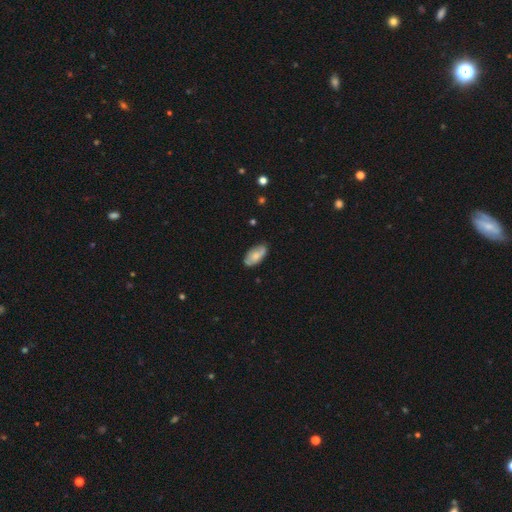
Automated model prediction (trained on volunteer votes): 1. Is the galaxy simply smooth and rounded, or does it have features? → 65% smooth, 28% featured or disk, 7% star or artifact.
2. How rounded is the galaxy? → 93% in between, 5% cigar-shaped, 3% round.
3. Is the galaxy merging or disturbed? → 79% none, 17% minor disturbance, 3% major disturbance, 1% merger.